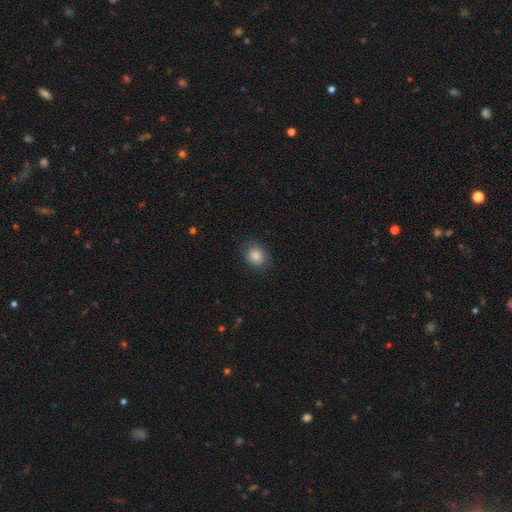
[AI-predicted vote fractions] Q: Smooth or featured?
A: smooth (87%); runner-up: star or artifact (8%)
Q: How rounded?
A: round (66%); runner-up: in between (33%)
Q: Merging?
A: none (81%); runner-up: minor disturbance (14%)